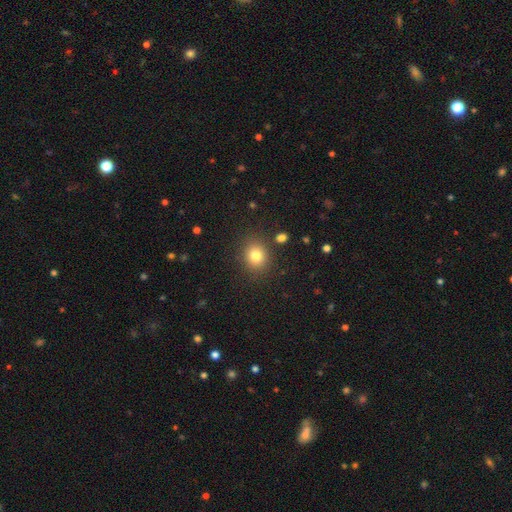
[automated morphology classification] A smooth galaxy with no disk features (80%) that is round (75%).

Vote fractions:
- Smooth or featured? smooth: 80% / star or artifact: 12% / featured or disk: 7%
- How rounded? round: 75% / in between: 24% / cigar-shaped: 1%
- Merging? none: 86% / minor disturbance: 8% / major disturbance: 3% / merger: 3%